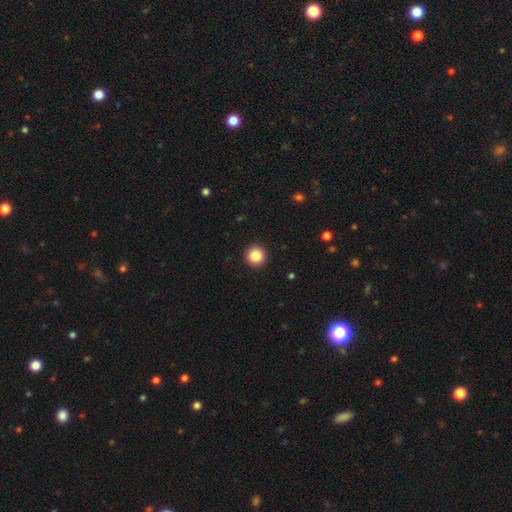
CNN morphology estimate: type=smooth (88%); roundness=round (96%); merging=none (93%).